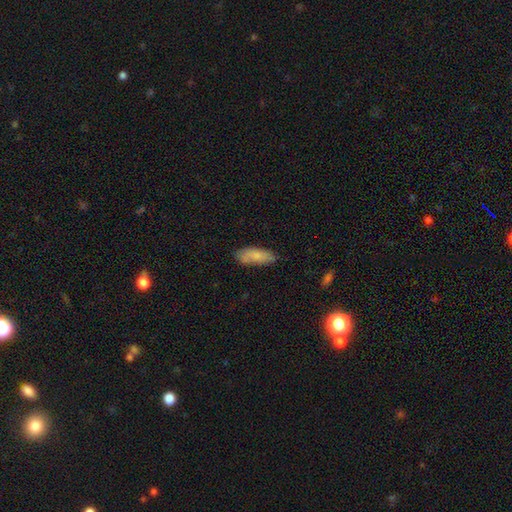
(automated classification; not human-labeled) Q: Smooth or featured?
A: smooth (79%); runner-up: featured or disk (15%)
Q: How rounded?
A: in between (69%); runner-up: cigar-shaped (29%)
Q: Merging?
A: none (66%); runner-up: minor disturbance (25%)